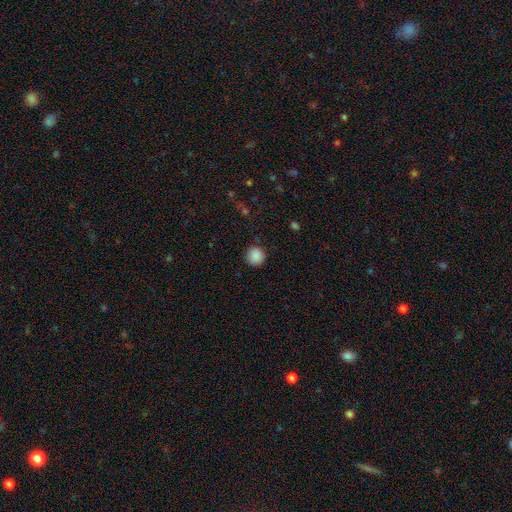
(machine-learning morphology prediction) Overall: smooth (88%). How rounded: round (93%). Merging: none (89%).